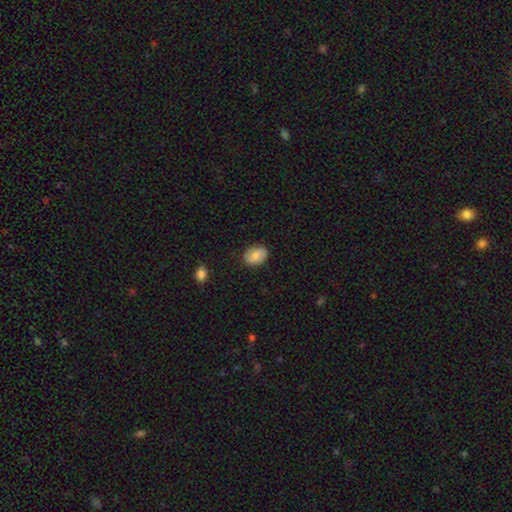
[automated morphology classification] Q: Smooth or featured?
A: smooth (80%); runner-up: featured or disk (13%)
Q: How rounded?
A: in between (72%); runner-up: round (26%)
Q: Merging?
A: none (82%); runner-up: minor disturbance (14%)